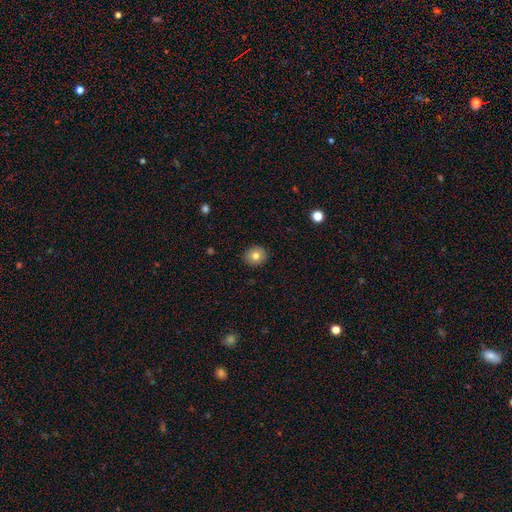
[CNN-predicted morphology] Smooth or featured? Predicted: smooth (p=0.78). How rounded? Predicted: round (p=0.79). Merging? Predicted: none (p=0.90).